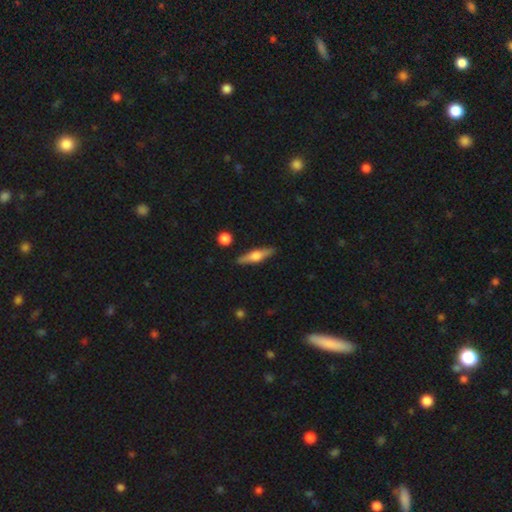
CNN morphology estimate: Smooth or featured?
  - featured or disk: 60% *
  - smooth: 34%
  - star or artifact: 6%
Edge-on disk?
  - yes: 95% *
  - no: 5%
Edge-on bulge?
  - rounded: 92% *
  - boxy: 6%
  - none: 2%
Merging?
  - none: 88% *
  - minor disturbance: 8%
  - merger: 2%
  - major disturbance: 2%